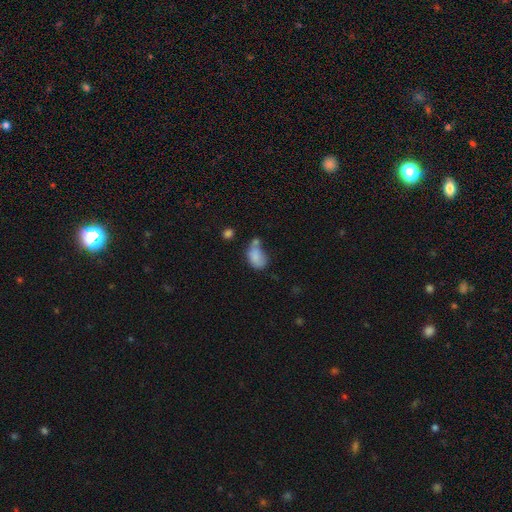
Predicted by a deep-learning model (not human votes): Morphology: type=smooth (79%); roundness=in between (83%); merging=merger (34%).